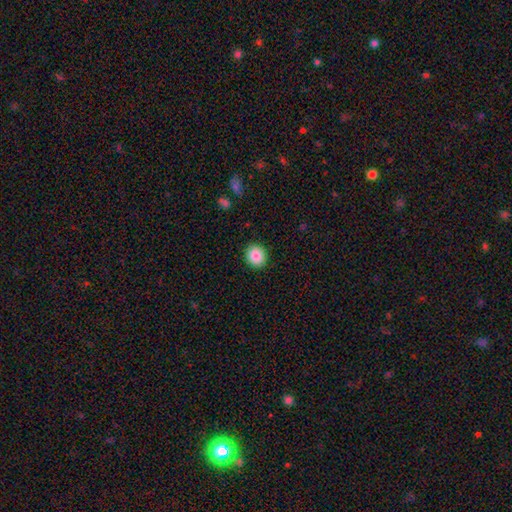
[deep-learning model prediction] Smooth or featured?
  - smooth: 87% *
  - star or artifact: 8%
  - featured or disk: 5%
How rounded?
  - round: 78% *
  - in between: 21%
  - cigar-shaped: 1%
Merging?
  - none: 91% *
  - minor disturbance: 7%
  - major disturbance: 2%
  - merger: 1%